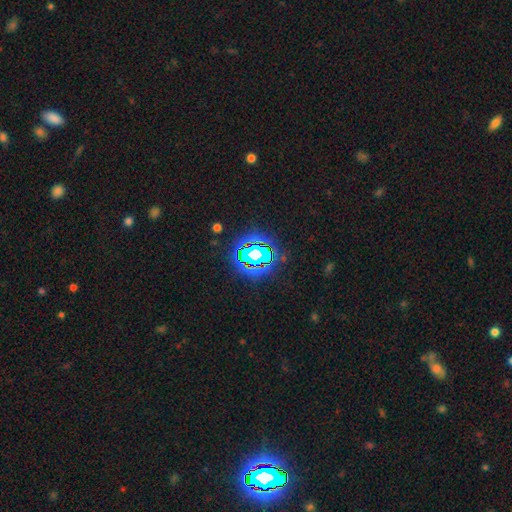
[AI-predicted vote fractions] Morphology: type=star or artifact (78%).